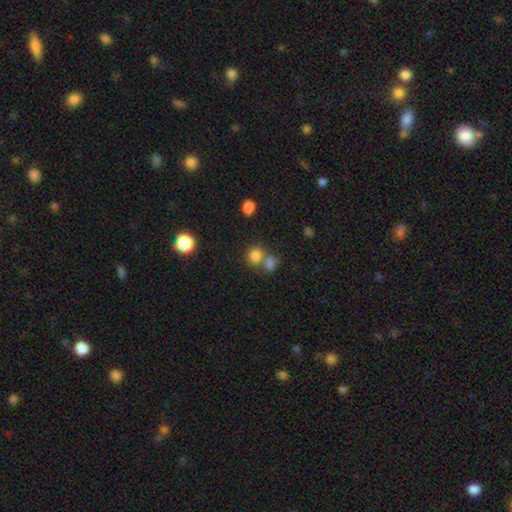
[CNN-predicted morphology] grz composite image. It shows a smooth galaxy with no disk features (80%) that is round (80%). Merging: none (51%).